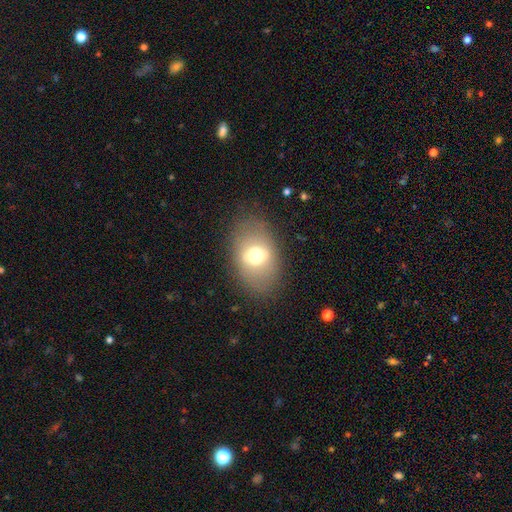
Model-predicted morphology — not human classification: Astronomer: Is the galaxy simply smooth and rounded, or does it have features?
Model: smooth — 58%.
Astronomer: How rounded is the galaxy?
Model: in between — 79%.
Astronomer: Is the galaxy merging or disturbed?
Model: none — 80%.